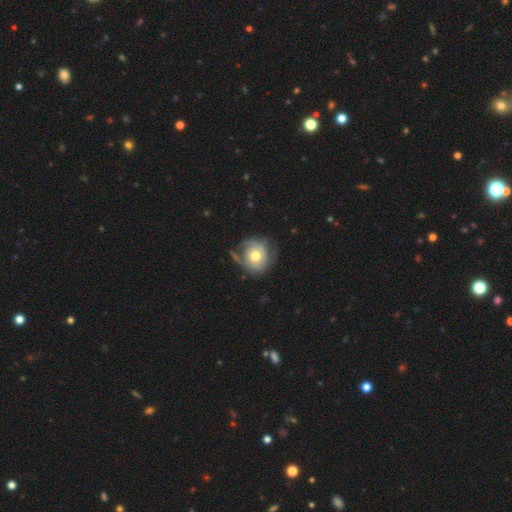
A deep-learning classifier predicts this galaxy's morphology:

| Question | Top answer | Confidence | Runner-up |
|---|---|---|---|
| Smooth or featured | smooth | 49% | featured or disk (44%) |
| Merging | none | 53% | minor disturbance (26%) |